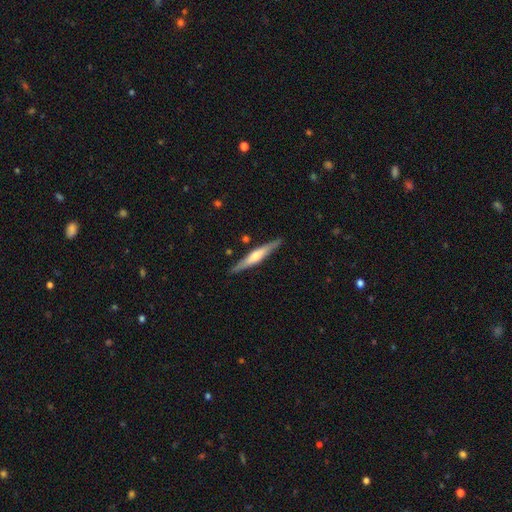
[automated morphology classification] The model was most divided on "smooth or featured": featured or disk: 65%, smooth: 29%, star or artifact: 5%. More confident: edge-on disk — yes (97%); merging — none (88%); edge-on bulge — rounded (78%).